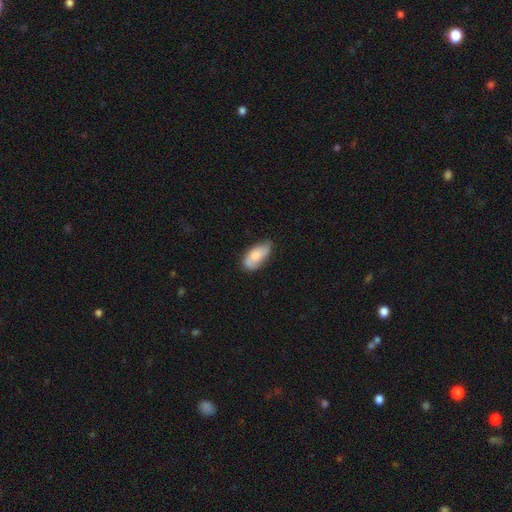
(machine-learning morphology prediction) smooth-or-featured: smooth: 67% | featured or disk: 26% | star or artifact: 6%
  how-rounded: in between: 90% | cigar-shaped: 7% | round: 2%
  merging: none: 59% | minor disturbance: 32% | major disturbance: 7% | merger: 2%